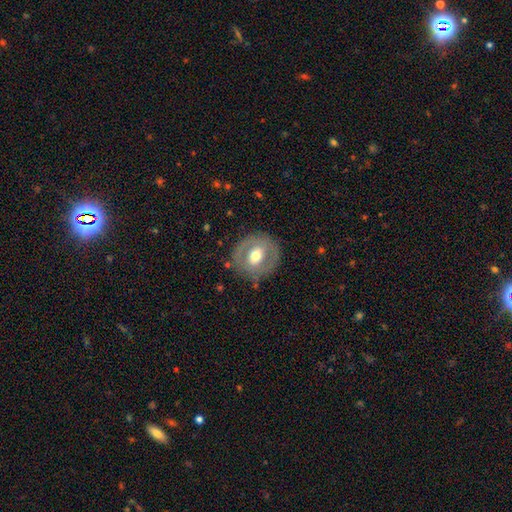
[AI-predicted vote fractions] Q: Smooth or featured?
A: featured or disk (53%); runner-up: smooth (41%)
Q: Edge-on disk?
A: no (94%); runner-up: yes (6%)
Q: Merging?
A: none (80%); runner-up: minor disturbance (13%)